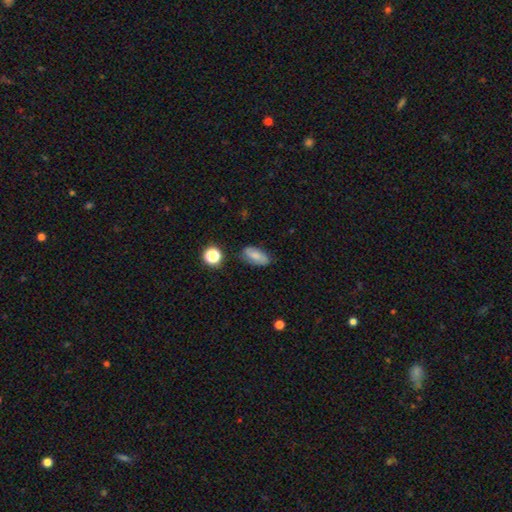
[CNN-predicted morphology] The model was most divided on "smooth or featured": smooth: 68%, featured or disk: 22%, star or artifact: 10%. More confident: how rounded — in between (87%); merging — none (74%).